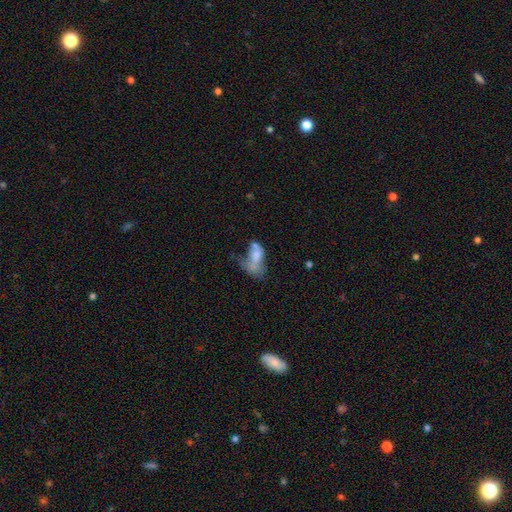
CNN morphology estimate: smooth 53%, featured or disk 36%, star or artifact 11%. Down the decision tree: how rounded — in between (87%); merging — major disturbance (38%).